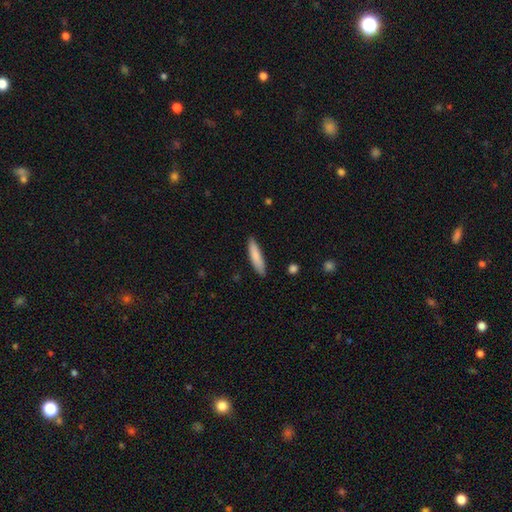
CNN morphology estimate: smooth_or_featured: smooth (p=0.84) [alt: featured or disk p=0.11]
how_rounded: cigar-shaped (p=0.78) [alt: in between p=0.20]
merging: none (p=0.86) [alt: minor disturbance p=0.11]